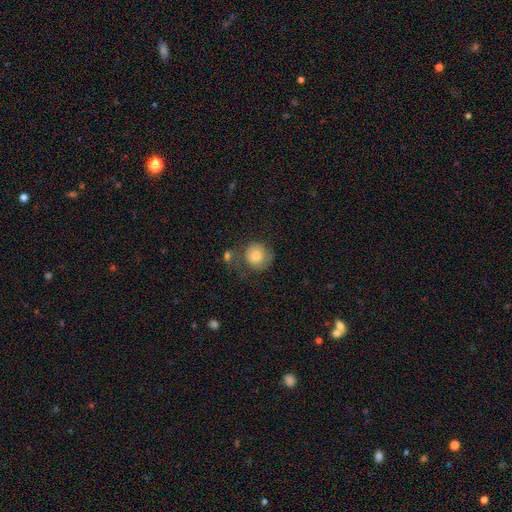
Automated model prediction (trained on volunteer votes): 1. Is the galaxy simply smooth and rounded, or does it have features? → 80% smooth, 12% featured or disk, 8% star or artifact.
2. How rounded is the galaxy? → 86% round, 13% in between, 1% cigar-shaped.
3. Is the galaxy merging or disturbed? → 59% none, 21% minor disturbance, 12% major disturbance, 8% merger.